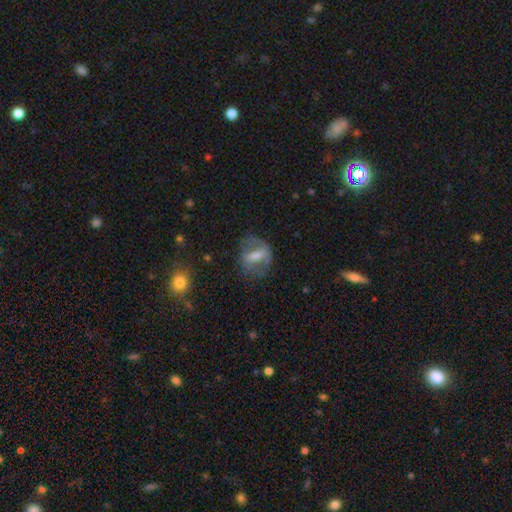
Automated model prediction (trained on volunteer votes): A featured or disk galaxy (52%).

Vote fractions:
- Smooth or featured? featured or disk: 52% / smooth: 39% / star or artifact: 9%
- Edge-on disk? no: 89% / yes: 11%
- Merging? none: 61% / minor disturbance: 21% / major disturbance: 16% / merger: 2%